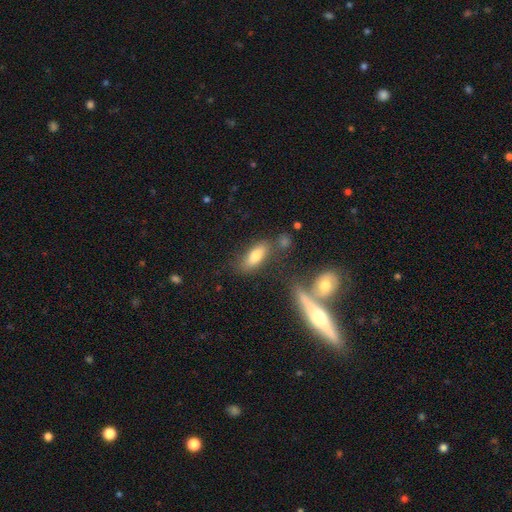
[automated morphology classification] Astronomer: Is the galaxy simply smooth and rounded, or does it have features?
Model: smooth — 74%.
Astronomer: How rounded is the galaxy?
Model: in between — 77%.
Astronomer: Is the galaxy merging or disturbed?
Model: none — 70%.